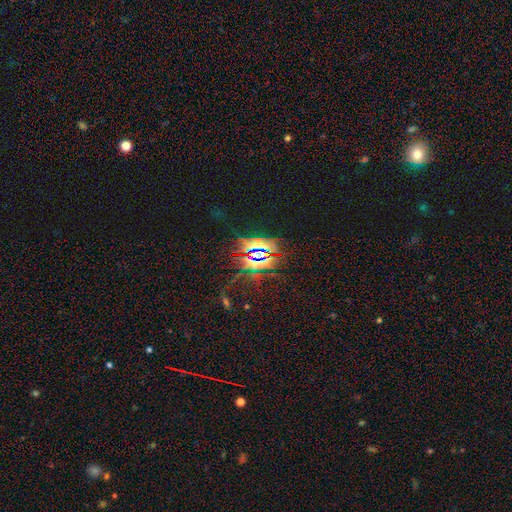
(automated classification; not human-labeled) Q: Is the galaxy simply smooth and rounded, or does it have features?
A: star or artifact — 80%.